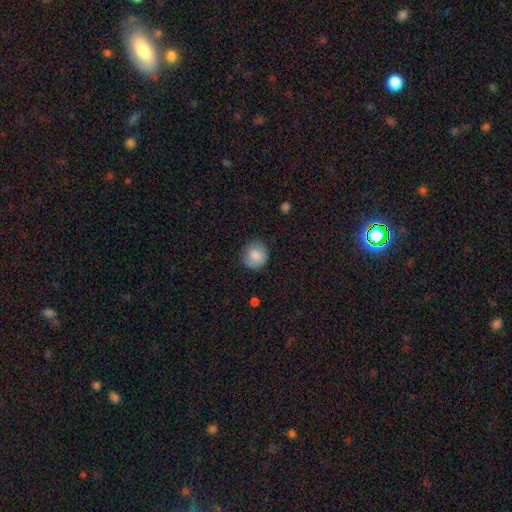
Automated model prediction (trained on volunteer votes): Smooth or featured: smooth — 82% (featured or disk — 10%)
How rounded: round — 92% (in between — 7%)
Merging: none — 80% (minor disturbance — 15%)